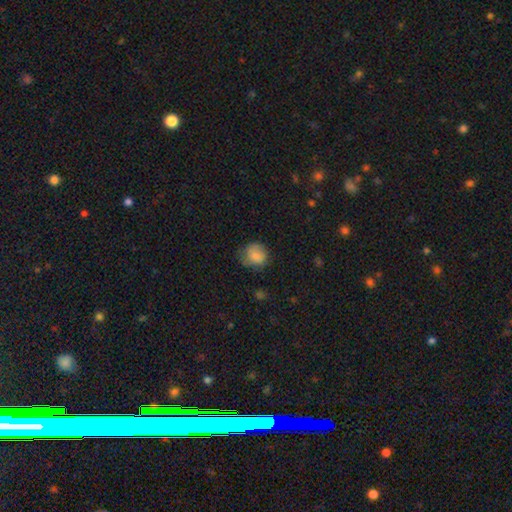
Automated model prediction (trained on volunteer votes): Overall: smooth (82%). How rounded: round (78%). Merging: none (64%; minor disturbance 26%).